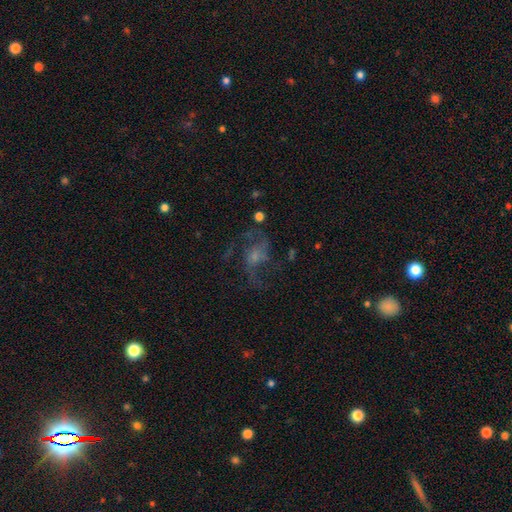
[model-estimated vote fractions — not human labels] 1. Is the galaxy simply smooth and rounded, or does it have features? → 68% featured or disk, 18% smooth, 14% star or artifact.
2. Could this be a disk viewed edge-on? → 97% no, 3% yes.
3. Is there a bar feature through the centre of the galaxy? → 62% no, 31% weak, 7% strong.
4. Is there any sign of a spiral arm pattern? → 80% yes, 20% no.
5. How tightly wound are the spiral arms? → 59% loose, 34% medium, 7% tight.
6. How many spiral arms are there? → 54% 2, 16% 3, 15% can't tell, 7% 1, 5% 4, 4% more than 4.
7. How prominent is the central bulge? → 45% small, 25% moderate, 22% none, 5% large, 2% dominant.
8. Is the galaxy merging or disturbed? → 47% none, 34% major disturbance, 17% minor disturbance, 3% merger.